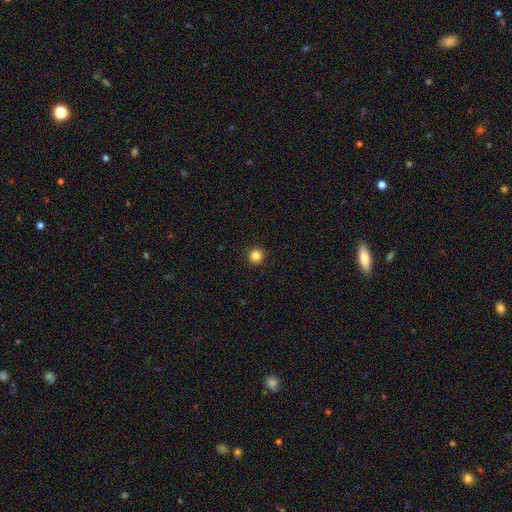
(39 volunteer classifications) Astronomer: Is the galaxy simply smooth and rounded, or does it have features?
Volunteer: smooth — 92%.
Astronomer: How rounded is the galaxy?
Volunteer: round — 100%.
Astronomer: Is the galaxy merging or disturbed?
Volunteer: none — 97%.